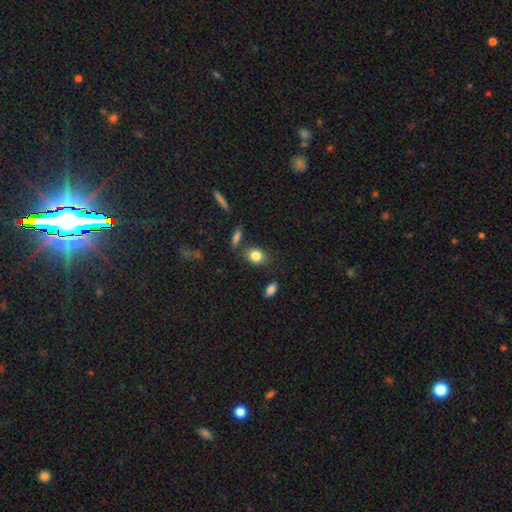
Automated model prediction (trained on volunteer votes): Smooth or featured?
  - smooth: 83% *
  - star or artifact: 9%
  - featured or disk: 8%
How rounded?
  - in between: 49% * (tied)
  - round: 49% * (tied)
  - cigar-shaped: 2%
Merging?
  - none: 75% *
  - minor disturbance: 14%
  - merger: 7%
  - major disturbance: 4%